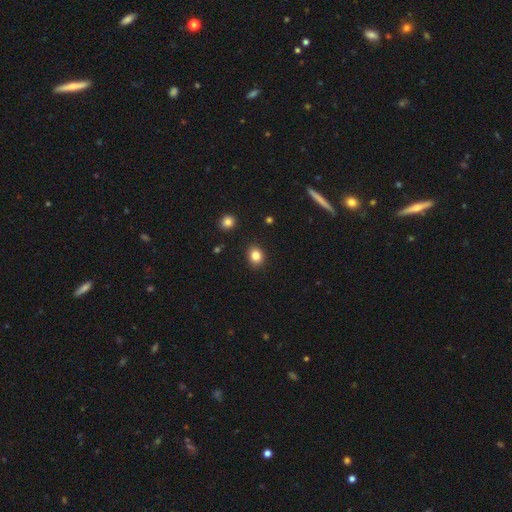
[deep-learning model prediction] smooth 83%, star or artifact 11%, featured or disk 6%. Down the decision tree: how rounded — round (63%); merging — none (90%).